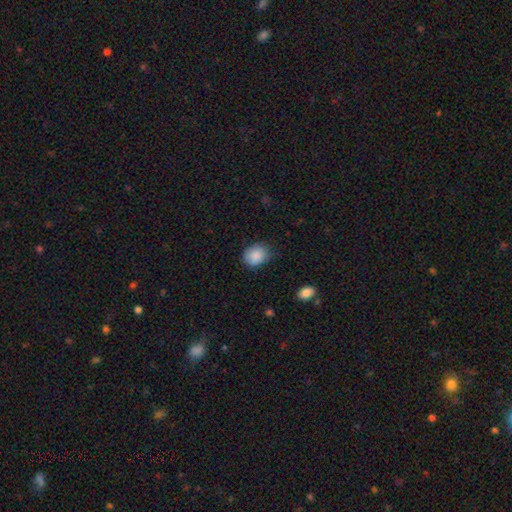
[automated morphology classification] Smooth or featured? Predicted: smooth (p=0.87). How rounded? Predicted: in between (p=0.50). Merging? Predicted: none (p=0.73).